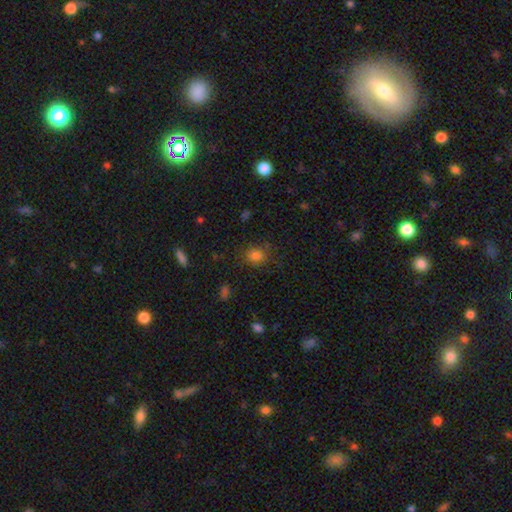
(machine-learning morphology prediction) smooth_or_featured: smooth (p=0.81) [alt: star or artifact p=0.13]
how_rounded: round (p=0.68) [alt: in between p=0.31]
merging: none (p=0.79) [alt: minor disturbance p=0.14]